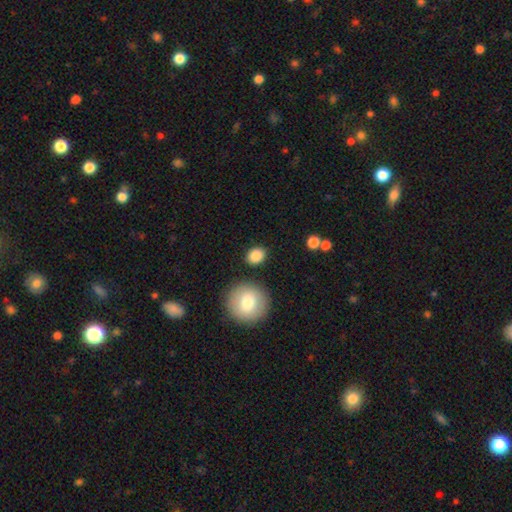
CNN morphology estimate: Smooth or featured? Predicted: smooth (p=0.86). How rounded? Predicted: round (p=0.59). Merging? Predicted: none (p=0.84).